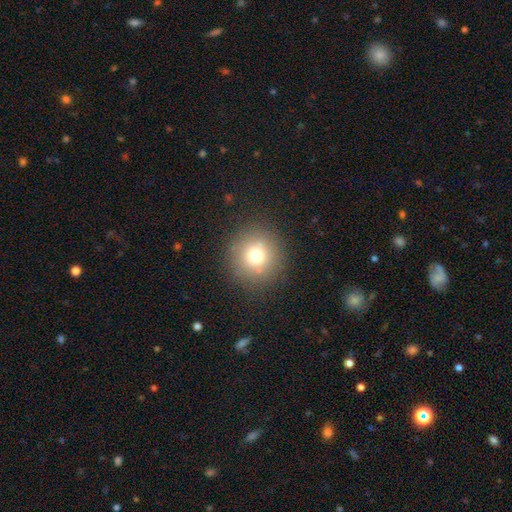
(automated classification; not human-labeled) A smooth galaxy with no disk features (72%) that is round (94%). Merging: none (88%).